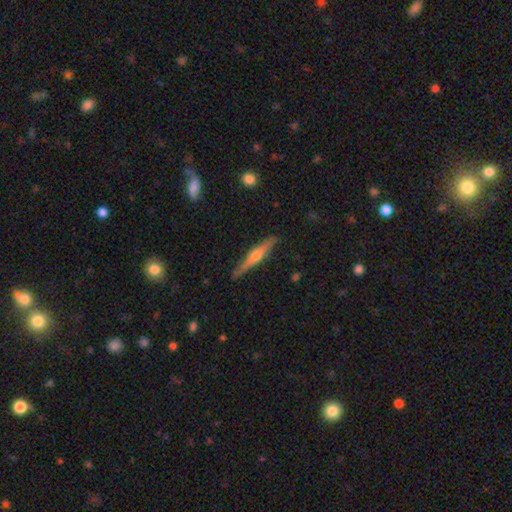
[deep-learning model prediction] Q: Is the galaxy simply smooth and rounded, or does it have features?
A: featured or disk — 72%.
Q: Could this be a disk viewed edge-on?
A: yes — 97%.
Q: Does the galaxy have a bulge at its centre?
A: rounded — 89%.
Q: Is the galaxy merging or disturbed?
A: none — 88%.